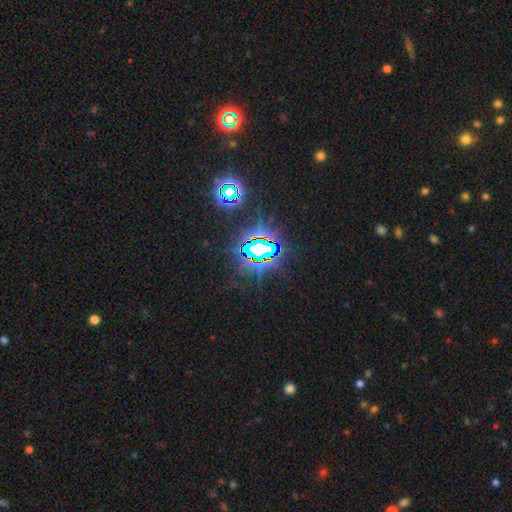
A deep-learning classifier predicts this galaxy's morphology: This appears to be a star or artifact, not a galaxy (80%).